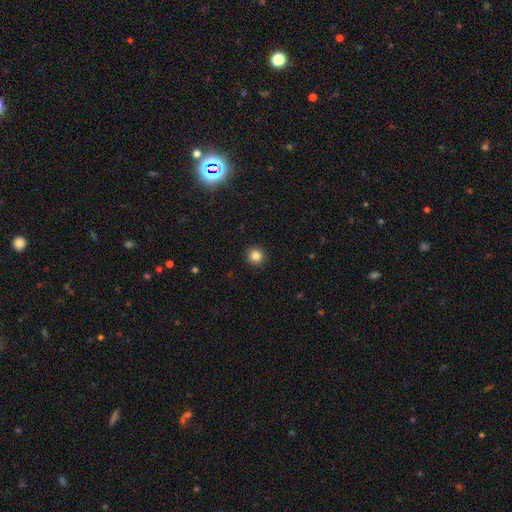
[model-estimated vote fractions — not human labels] smooth 83%, star or artifact 11%, featured or disk 5%. Down the decision tree: how rounded — round (94%); merging — none (92%).